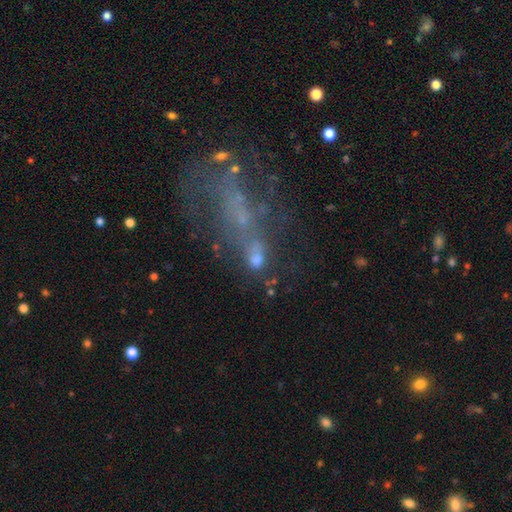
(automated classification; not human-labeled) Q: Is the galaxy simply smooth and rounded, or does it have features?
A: featured or disk — 40%.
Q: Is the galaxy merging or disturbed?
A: none — 33%.